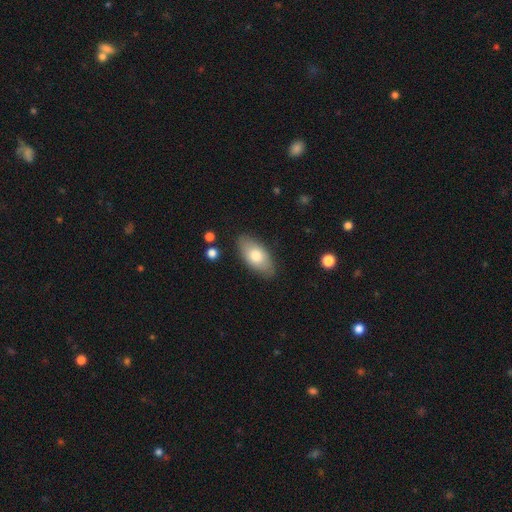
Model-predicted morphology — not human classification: Smooth or featured? smooth (71%)
How rounded? in between (91%)
Merging? none (84%)